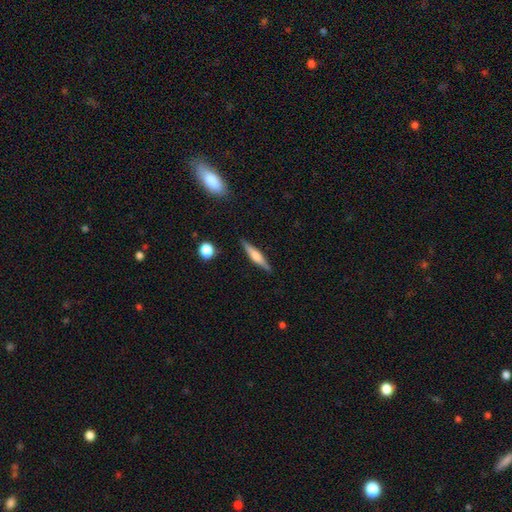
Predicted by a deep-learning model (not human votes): smooth_or_featured: featured or disk (p=0.57) [alt: smooth p=0.37]
disk_edge_on: yes (p=0.97) [alt: no p=0.03]
edge_on_bulge: rounded (p=0.73) [alt: boxy p=0.18]
merging: none (p=0.88) [alt: minor disturbance p=0.08]